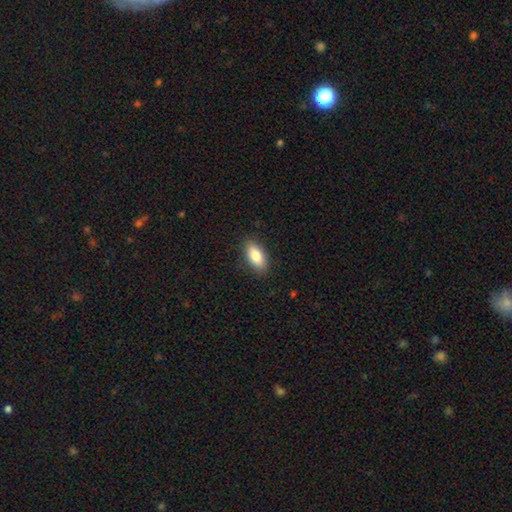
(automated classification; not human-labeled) Morphology: type=smooth (85%); roundness=in between (88%); merging=none (87%).